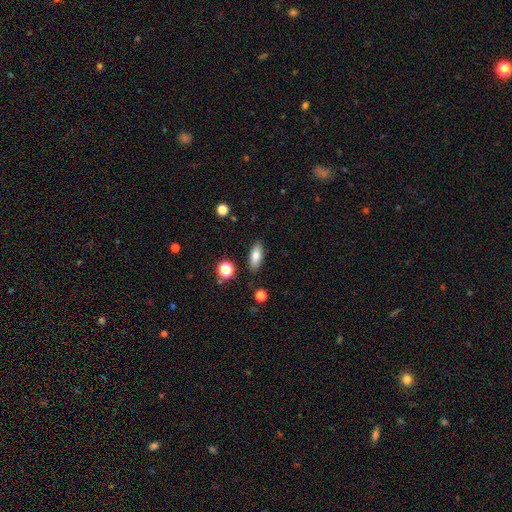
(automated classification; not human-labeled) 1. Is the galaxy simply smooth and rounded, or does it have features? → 81% smooth, 11% featured or disk, 8% star or artifact.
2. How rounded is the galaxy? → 75% in between, 21% cigar-shaped, 4% round.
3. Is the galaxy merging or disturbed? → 87% none, 9% minor disturbance, 2% major disturbance, 2% merger.